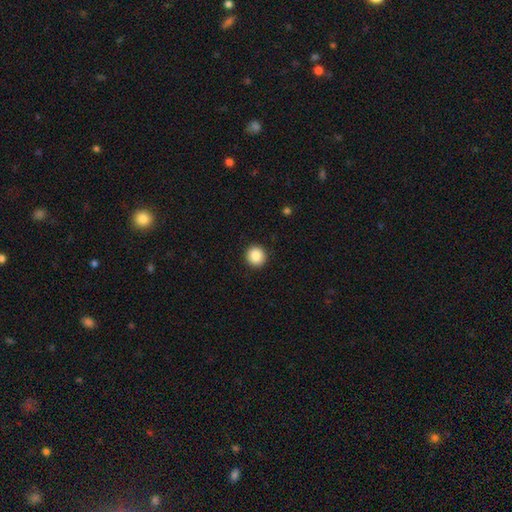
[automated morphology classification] Q: Smooth or featured?
A: smooth (88%); runner-up: star or artifact (9%)
Q: How rounded?
A: round (92%); runner-up: in between (7%)
Q: Merging?
A: none (92%); runner-up: minor disturbance (5%)